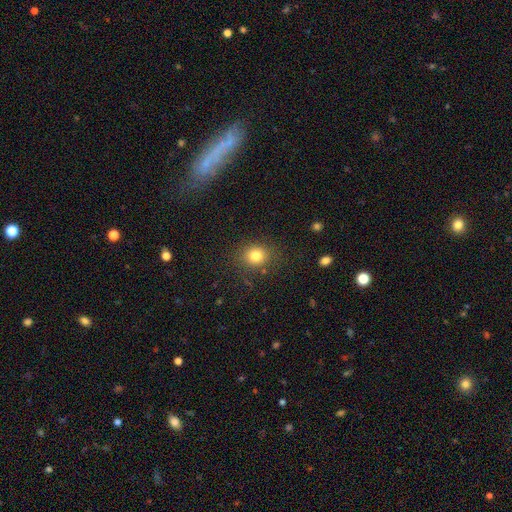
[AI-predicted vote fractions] Smooth or featured?
  - smooth: 80% *
  - star or artifact: 13%
  - featured or disk: 7%
How rounded?
  - round: 74% *
  - in between: 25%
  - cigar-shaped: 1%
Merging?
  - none: 82% *
  - minor disturbance: 11%
  - major disturbance: 4%
  - merger: 2%